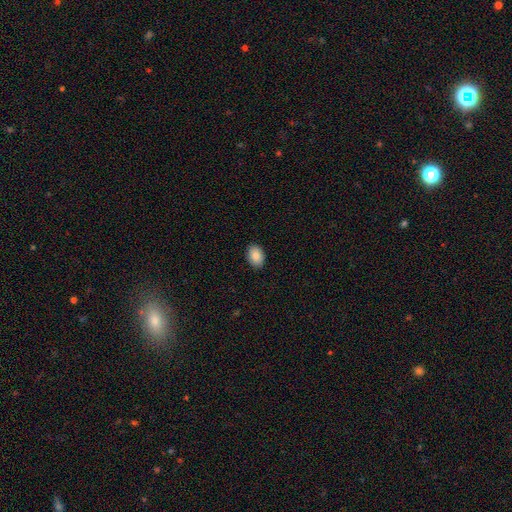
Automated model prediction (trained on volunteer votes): smooth 87%, star or artifact 7%, featured or disk 5%. Down the decision tree: how rounded — in between (81%); merging — none (89%).